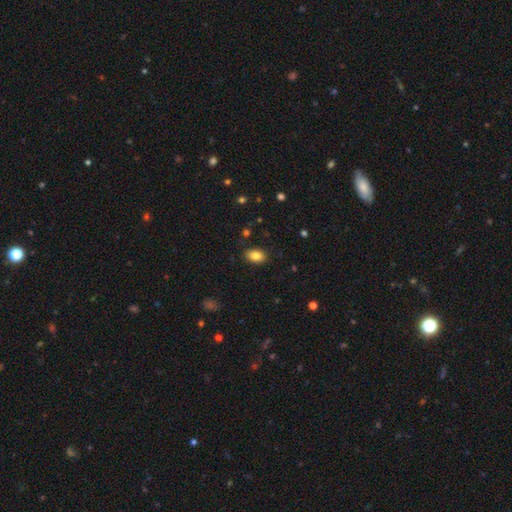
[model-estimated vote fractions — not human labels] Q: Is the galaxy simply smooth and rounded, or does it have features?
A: smooth — 84%.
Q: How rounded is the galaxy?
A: in between — 87%.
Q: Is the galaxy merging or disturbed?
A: none — 87%.